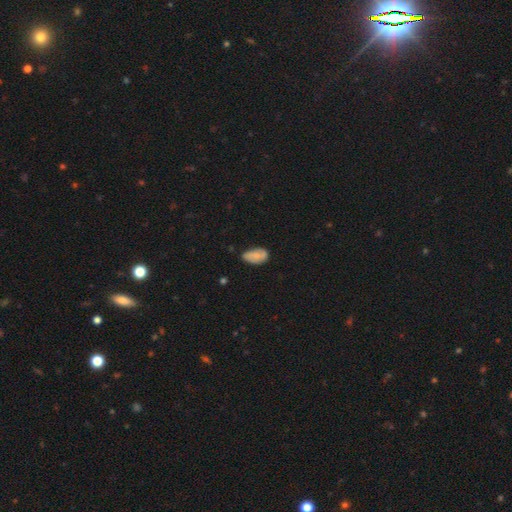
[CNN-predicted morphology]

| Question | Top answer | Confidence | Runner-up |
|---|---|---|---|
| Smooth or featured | smooth | 69% | featured or disk (24%) |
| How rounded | in between | 93% | round (5%) |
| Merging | none | 53% | minor disturbance (35%) |